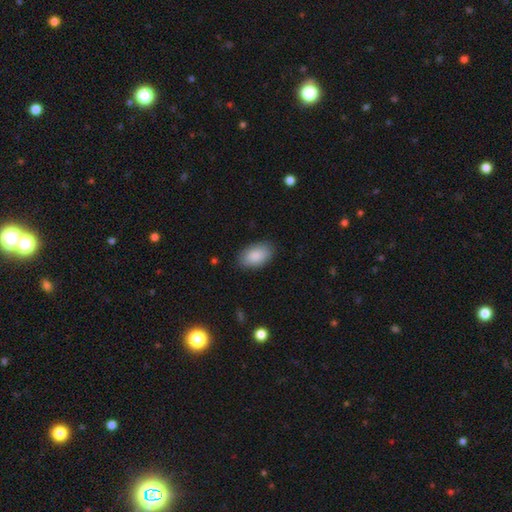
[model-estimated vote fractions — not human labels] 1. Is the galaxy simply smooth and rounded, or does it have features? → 88% smooth, 6% featured or disk, 6% star or artifact.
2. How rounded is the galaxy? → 93% in between, 5% round, 1% cigar-shaped.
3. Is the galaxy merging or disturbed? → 85% none, 11% minor disturbance, 3% major disturbance, 1% merger.